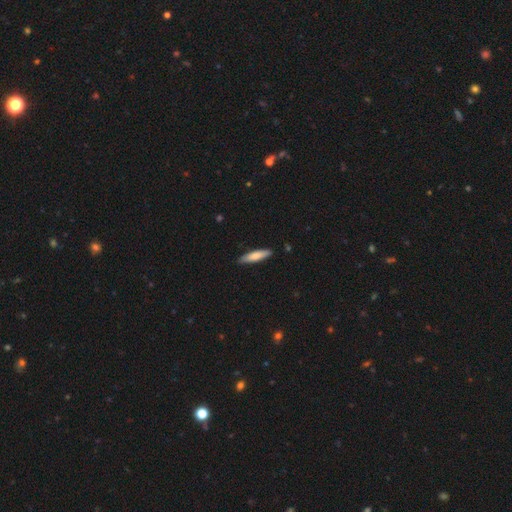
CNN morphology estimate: A smooth galaxy with no disk features (74%) that is cigar-shaped (77%).

Vote fractions:
- Smooth or featured? smooth: 74% / featured or disk: 20% / star or artifact: 5%
- How rounded? cigar-shaped: 77% / in between: 22% / round: 1%
- Merging? none: 87% / minor disturbance: 10% / major disturbance: 2% / merger: 1%